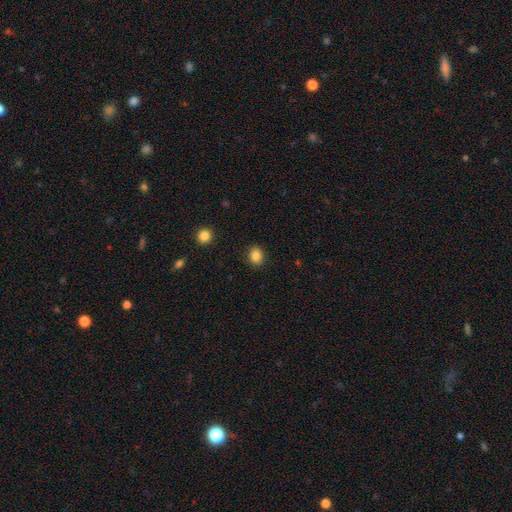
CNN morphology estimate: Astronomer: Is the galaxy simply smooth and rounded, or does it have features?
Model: smooth — 85%.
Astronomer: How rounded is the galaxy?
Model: round — 52% (runner-up: in between, 47%).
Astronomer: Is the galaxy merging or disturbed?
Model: none — 89%.